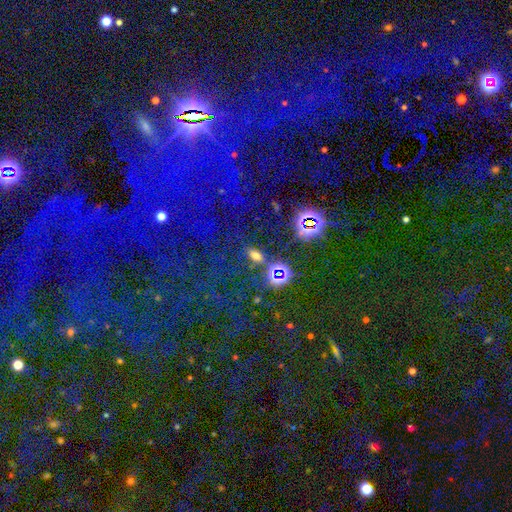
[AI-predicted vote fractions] A smooth galaxy with no disk features (48%). Merging: none (78%).